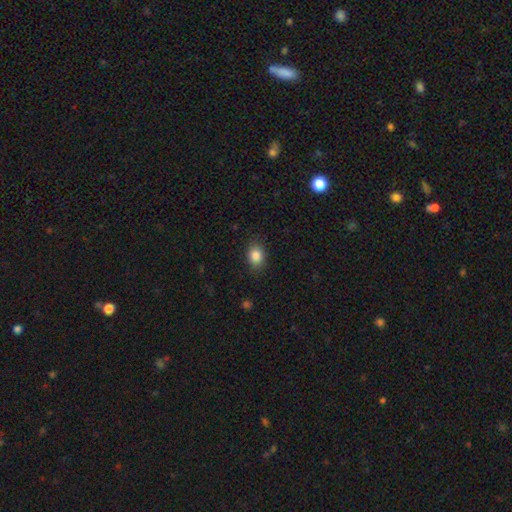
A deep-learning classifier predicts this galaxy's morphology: type=smooth (85%); roundness=in between (64%); merging=none (85%).